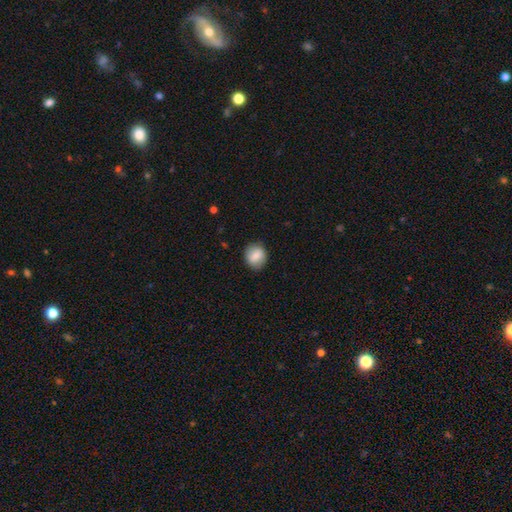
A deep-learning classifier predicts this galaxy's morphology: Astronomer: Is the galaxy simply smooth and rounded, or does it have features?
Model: smooth — 81%.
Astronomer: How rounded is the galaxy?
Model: round — 72%.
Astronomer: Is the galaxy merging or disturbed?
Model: none — 86%.